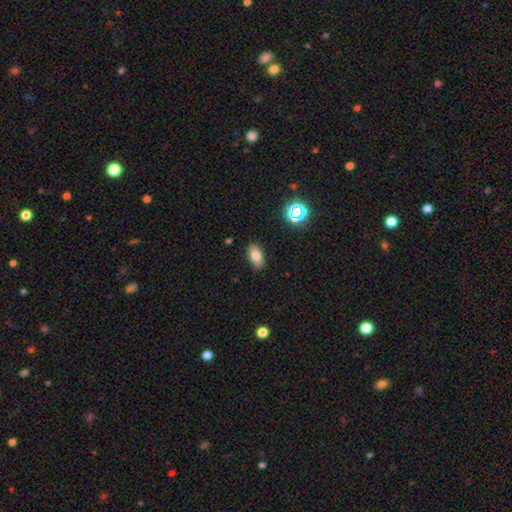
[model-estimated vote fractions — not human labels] This appears to be a smooth galaxy with no disk features (76%) that is in between round and cigar-shaped (87%). Merging: none (87%).